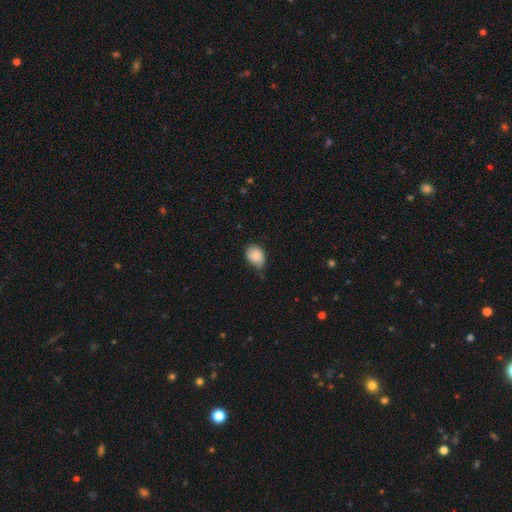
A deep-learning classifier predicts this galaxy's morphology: Smooth or featured: smooth — 86% (star or artifact — 8%)
How rounded: in between — 65% (round — 34%)
Merging: none — 52% (minor disturbance — 39%)